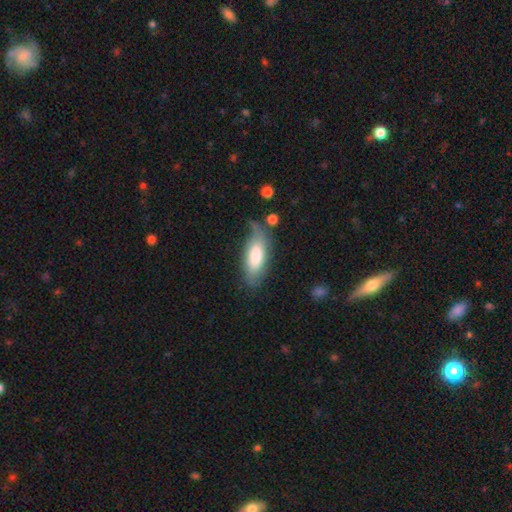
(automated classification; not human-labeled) Morphology: type=smooth (72%); roundness=in between (79%); merging=none (59%).